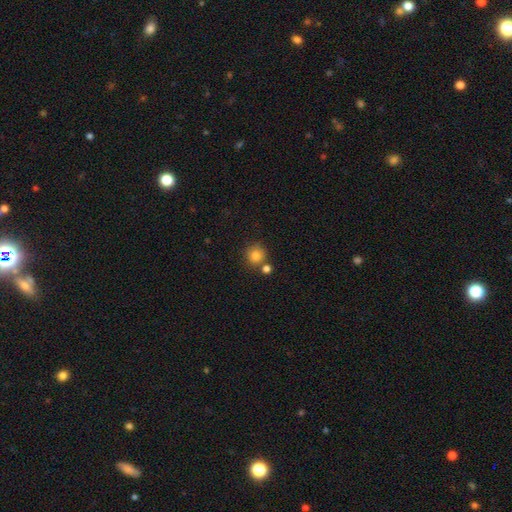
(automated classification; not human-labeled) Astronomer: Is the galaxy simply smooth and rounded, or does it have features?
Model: smooth — 83%.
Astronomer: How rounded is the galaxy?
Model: round — 91%.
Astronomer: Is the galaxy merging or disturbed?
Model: none — 70%.